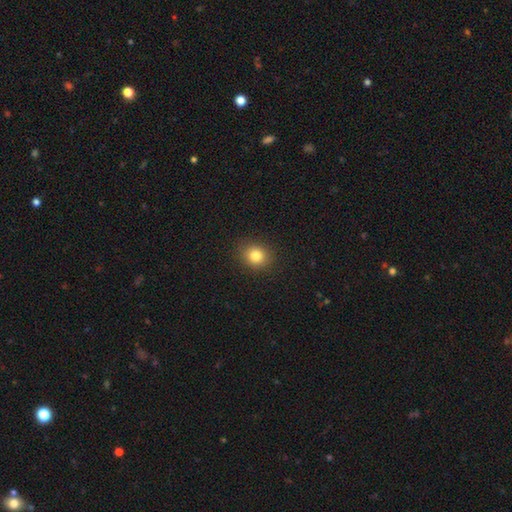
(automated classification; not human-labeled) Q: Smooth or featured?
A: smooth (82%); runner-up: star or artifact (12%)
Q: How rounded?
A: round (68%); runner-up: in between (31%)
Q: Merging?
A: none (90%); runner-up: minor disturbance (7%)